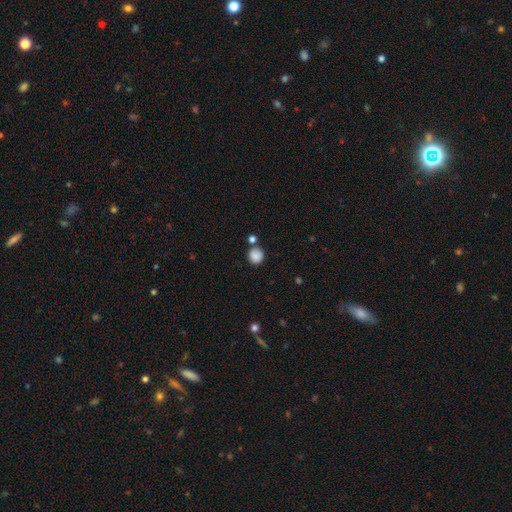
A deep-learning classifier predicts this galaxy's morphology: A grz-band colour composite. It shows a smooth galaxy with no disk features (85%) that is round (89%). Merging: none (72%).